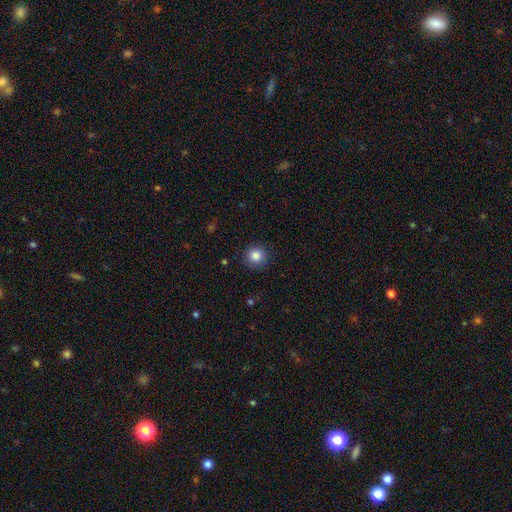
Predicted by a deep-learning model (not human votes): This is clearly a smooth galaxy (84%). How rounded: clearly round (94%). Merging: clearly none (91%).